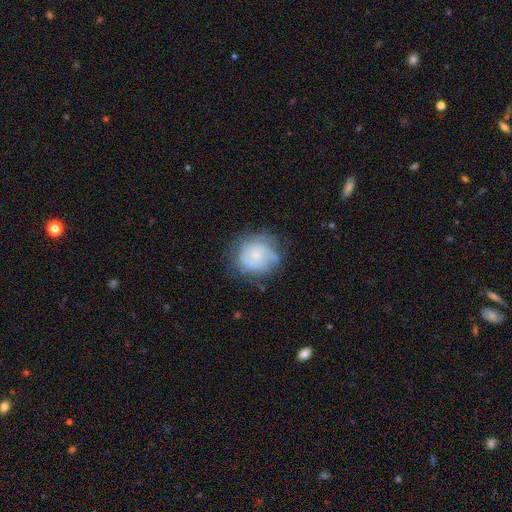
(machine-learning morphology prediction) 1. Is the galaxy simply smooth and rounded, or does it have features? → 51% featured or disk, 40% smooth, 9% star or artifact.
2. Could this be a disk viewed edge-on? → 98% no, 2% yes.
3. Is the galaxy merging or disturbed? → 62% none, 24% minor disturbance, 12% major disturbance, 2% merger.